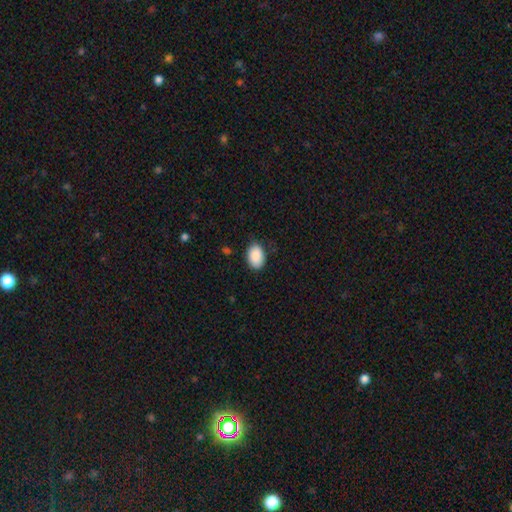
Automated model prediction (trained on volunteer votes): This is clearly a smooth galaxy (90%). How rounded: clearly in between (86%). Merging: clearly none (83%).